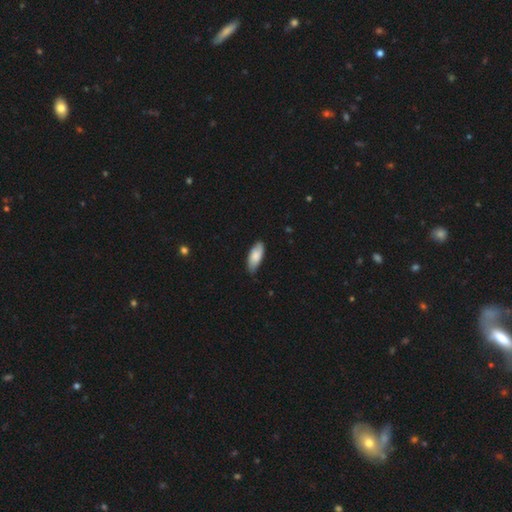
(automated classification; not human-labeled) smooth_or_featured: smooth (p=0.79) [alt: featured or disk p=0.16]
how_rounded: in between (p=0.82) [alt: cigar-shaped p=0.16]
merging: none (p=0.76) [alt: minor disturbance p=0.20]